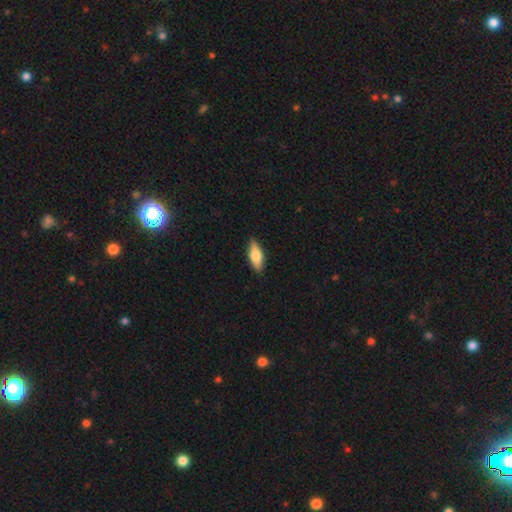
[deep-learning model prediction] Smooth or featured? Predicted: smooth (p=0.69). How rounded? Predicted: in between (p=0.71). Merging? Predicted: none (p=0.88).